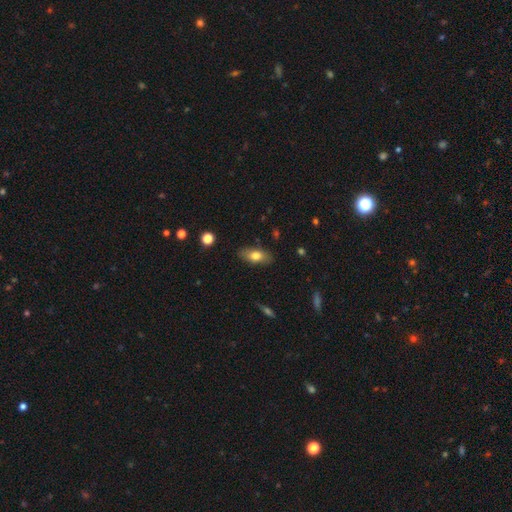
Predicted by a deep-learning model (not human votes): This appears to be a smooth galaxy with no disk features (74%) that is in between round and cigar-shaped (83%). Merging: none (84%).